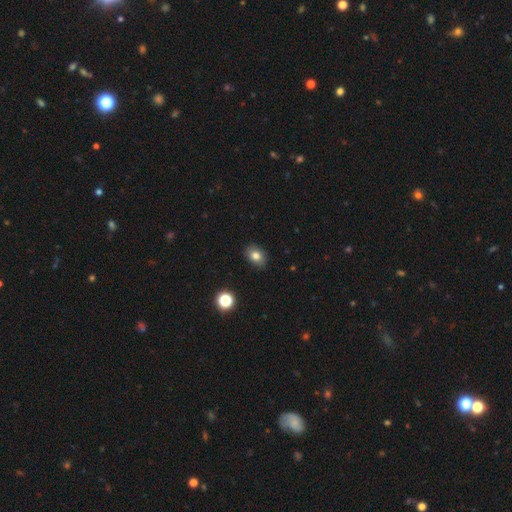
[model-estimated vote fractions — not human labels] Smooth or featured? smooth (80%)
How rounded? in between (72%)
Merging? none (86%)